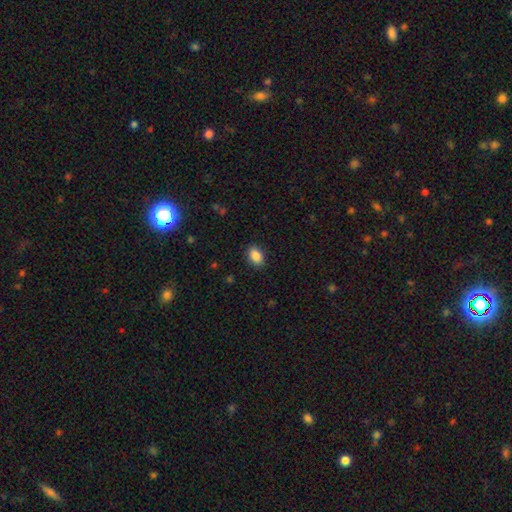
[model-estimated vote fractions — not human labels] Overall: smooth (88%). How rounded: in between (86%). Merging: none (89%).